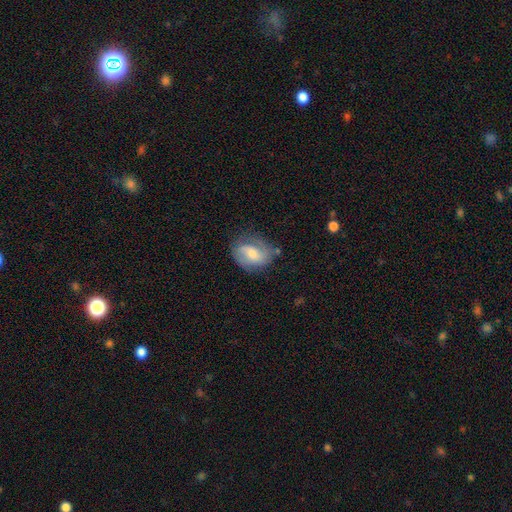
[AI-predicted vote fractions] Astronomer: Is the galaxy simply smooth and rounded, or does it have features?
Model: featured or disk — 55% (runner-up: smooth, 39%).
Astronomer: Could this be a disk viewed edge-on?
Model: no — 96%.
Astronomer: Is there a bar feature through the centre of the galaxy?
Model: weak — 45% (runner-up: no, 36%).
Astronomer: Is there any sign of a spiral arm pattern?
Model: yes — 82%.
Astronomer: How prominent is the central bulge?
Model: moderate — 54% (runner-up: small, 35%).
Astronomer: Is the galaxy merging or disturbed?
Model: none — 64%.